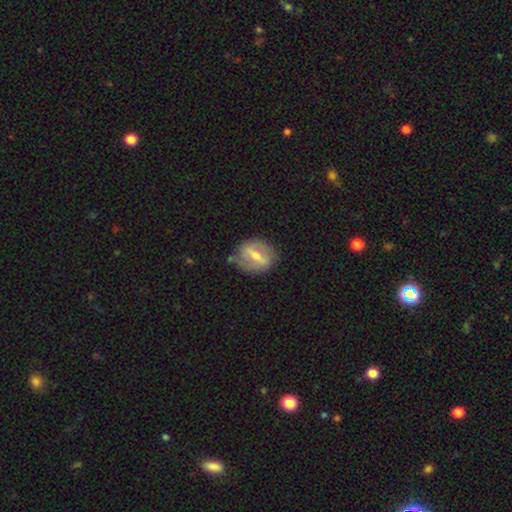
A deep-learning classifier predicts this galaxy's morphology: Overall: featured or disk (60%; smooth 33%). Edge-on disk: no (89%). Bar: strong (61%; weak 29%). Spiral arms: no (61%; yes 39%). Bulge size: moderate (54%; small 38%). Merging: none (75%).